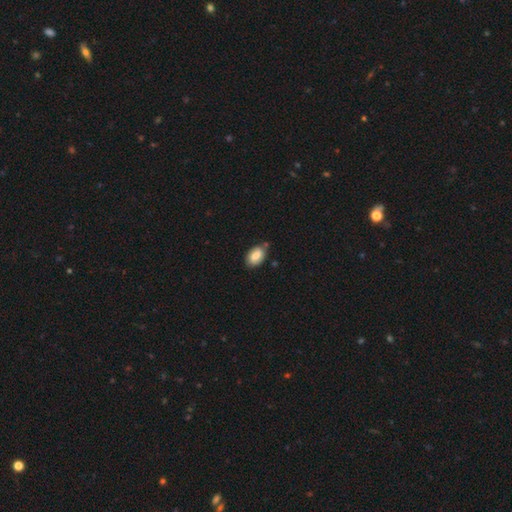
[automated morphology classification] This is likely a smooth galaxy (76%). How rounded: clearly in between (90%). Merging: likely none (72%).